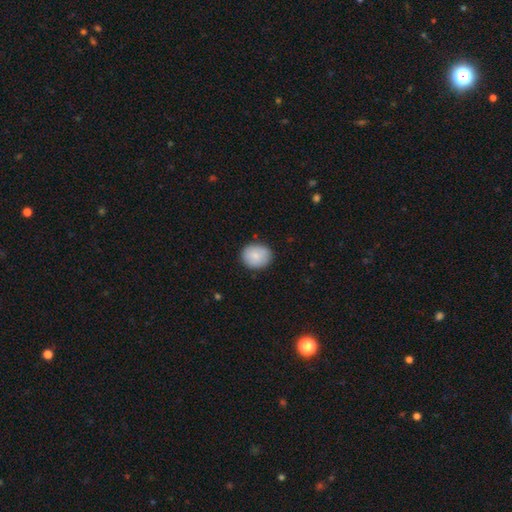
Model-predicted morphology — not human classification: A smooth galaxy with no disk features (85%) that is round (72%).

Vote fractions:
- Smooth or featured? smooth: 85% / featured or disk: 8% / star or artifact: 7%
- How rounded? round: 72% / in between: 27% / cigar-shaped: 1%
- Merging? none: 84% / minor disturbance: 13% / major disturbance: 2% / merger: 1%